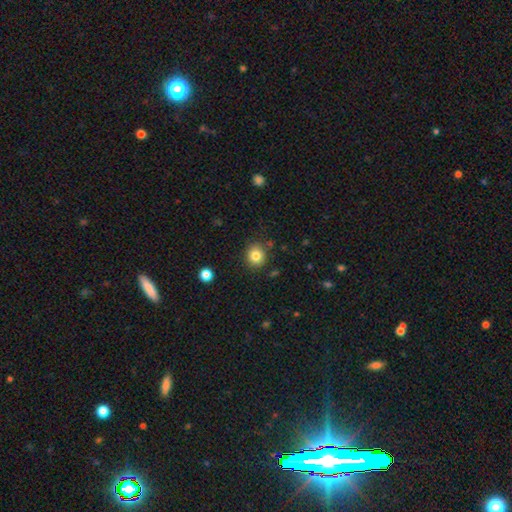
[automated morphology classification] A smooth galaxy with no disk features (82%) that is round (85%).

Vote fractions:
- Smooth or featured? smooth: 82% / star or artifact: 11% / featured or disk: 7%
- How rounded? round: 85% / in between: 14% / cigar-shaped: 1%
- Merging? none: 85% / minor disturbance: 9% / merger: 3% / major disturbance: 3%